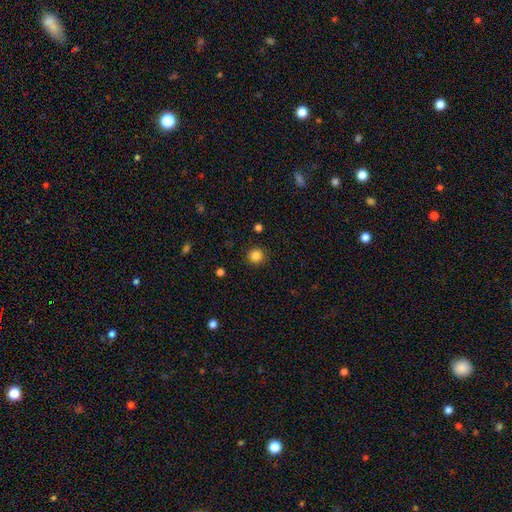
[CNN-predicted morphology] Smooth or featured? smooth (85%)
How rounded? round (94%)
Merging? none (92%)